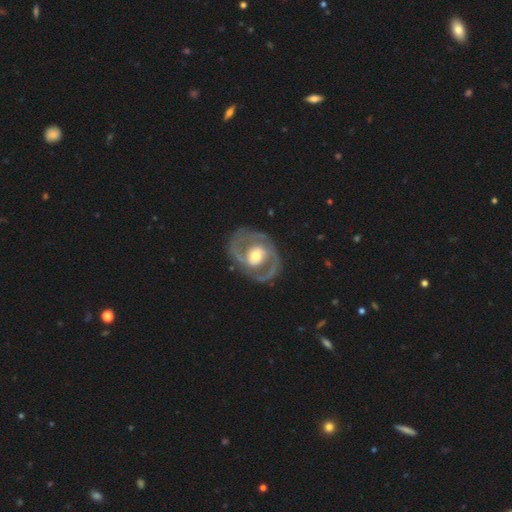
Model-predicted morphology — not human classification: smooth-or-featured: featured or disk: 85% | smooth: 11% | star or artifact: 4%
  disk-edge-on: no: 97% | yes: 3%
    bar: no: 54% | weak: 31% | strong: 15%
    has-spiral-arms: yes: 87% | no: 13%
      spiral-winding: medium: 52% | tight: 31% | loose: 16%
      spiral-arm-count: 2: 87% | can't tell: 5% | 1: 3% | 3: 2% | 4: 1% | more than 4: 1%
    bulge-size: moderate: 67% | large: 17% | small: 14% | dominant: 1% | none: 1%
  merging: none: 79% | minor disturbance: 13% | major disturbance: 7% | merger: 1%